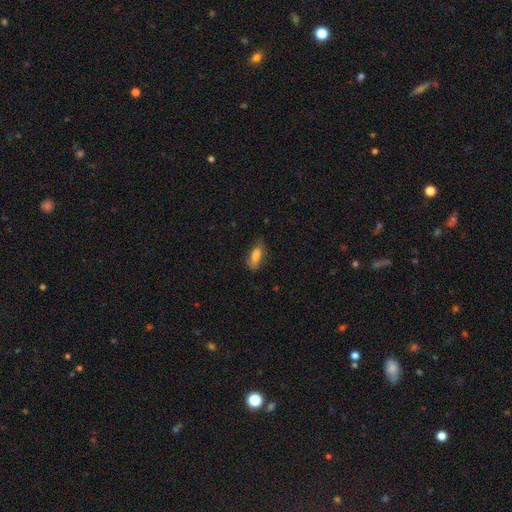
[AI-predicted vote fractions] Smooth or featured? smooth (78%)
How rounded? in between (81%)
Merging? none (64%)